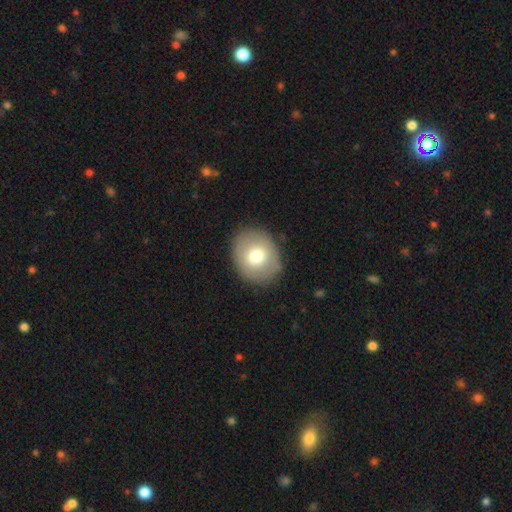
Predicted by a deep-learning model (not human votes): Morphology: type=smooth (62%); roundness=round (68%); merging=none (88%).